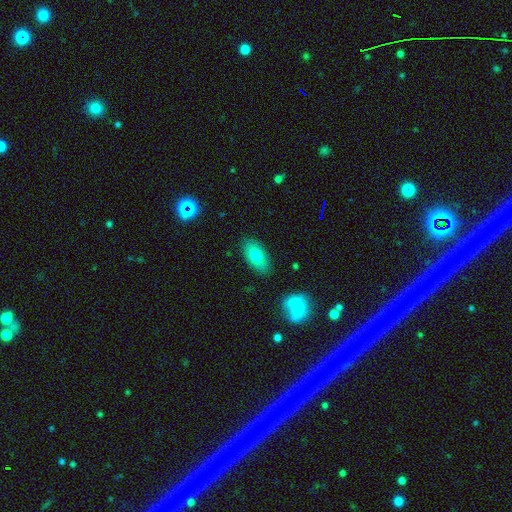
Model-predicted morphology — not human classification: Overall: smooth (76%). How rounded: in between (91%). Merging: none (86%).